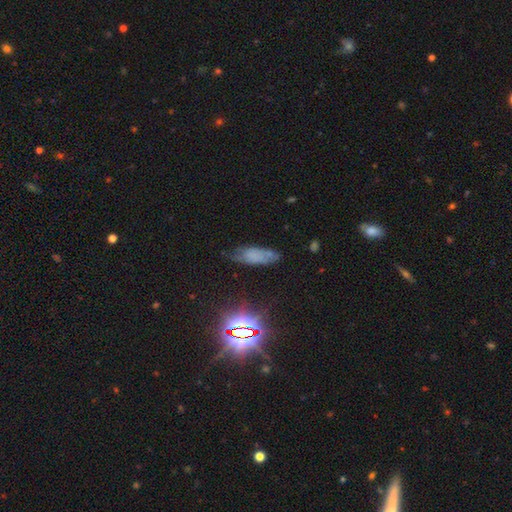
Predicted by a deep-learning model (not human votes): This is possibly a smooth galaxy (46%). Merging: possibly none (60%).